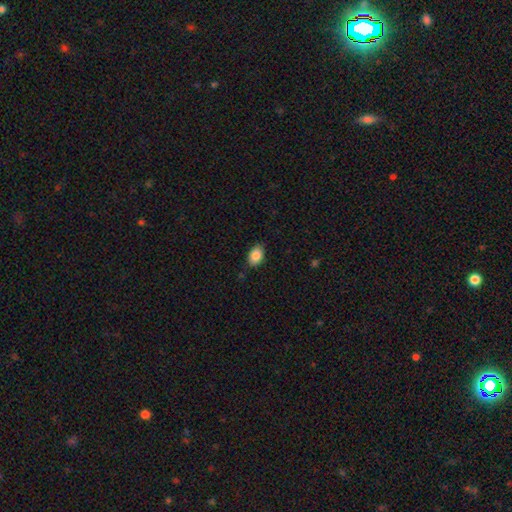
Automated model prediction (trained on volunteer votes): A smooth galaxy with no disk features (86%) that is in between round and cigar-shaped (87%).

Vote fractions:
- Smooth or featured? smooth: 86% / star or artifact: 8% / featured or disk: 6%
- How rounded? in between: 87% / round: 12% / cigar-shaped: 1%
- Merging? none: 84% / minor disturbance: 13% / major disturbance: 2% / merger: 1%